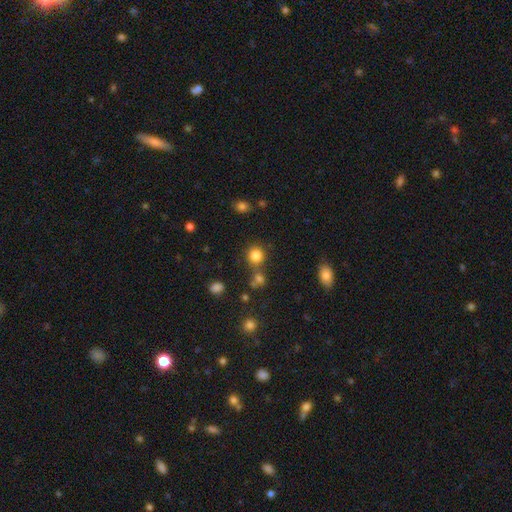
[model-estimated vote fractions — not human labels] A smooth galaxy with no disk features (81%) that is round (89%).

Vote fractions:
- Smooth or featured? smooth: 81% / star or artifact: 13% / featured or disk: 5%
- How rounded? round: 89% / in between: 10% / cigar-shaped: 1%
- Merging? none: 71% / merger: 15% / minor disturbance: 10% / major disturbance: 4%